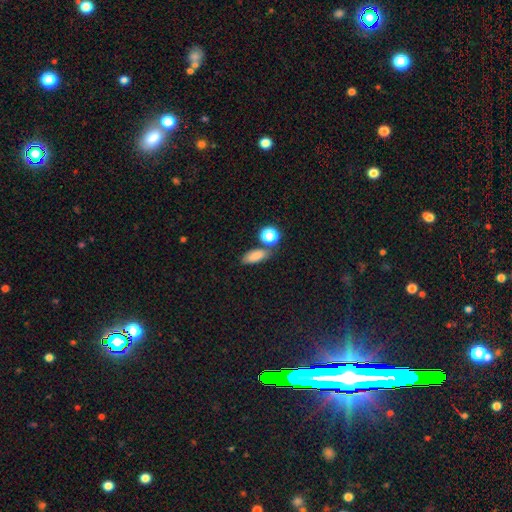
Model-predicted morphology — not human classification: Smooth or featured?
  - smooth: 81% *
  - star or artifact: 12%
  - featured or disk: 6%
How rounded?
  - in between: 76% *
  - cigar-shaped: 14%
  - round: 11%
Merging?
  - none: 70% *
  - minor disturbance: 13%
  - merger: 12%
  - major disturbance: 4%